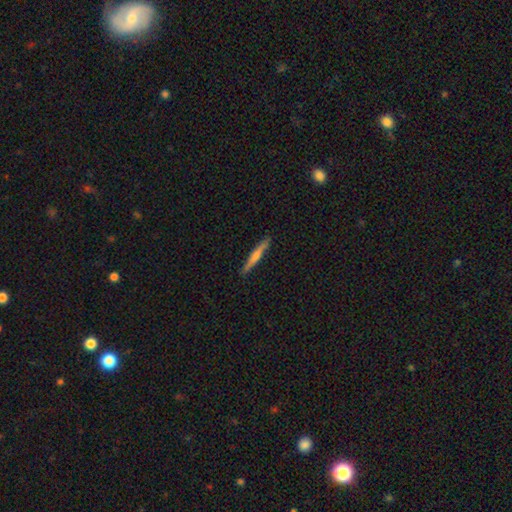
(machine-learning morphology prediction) This appears to be a featured or disk galaxy (51%) viewed edge-on (97%). Merging: none (90%).